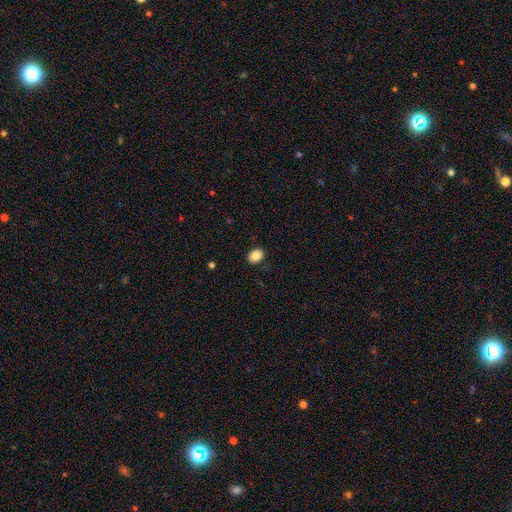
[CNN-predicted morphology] Smooth or featured: smooth — 87% (star or artifact — 9%)
How rounded: in between — 67% (round — 32%)
Merging: none — 88% (minor disturbance — 9%)